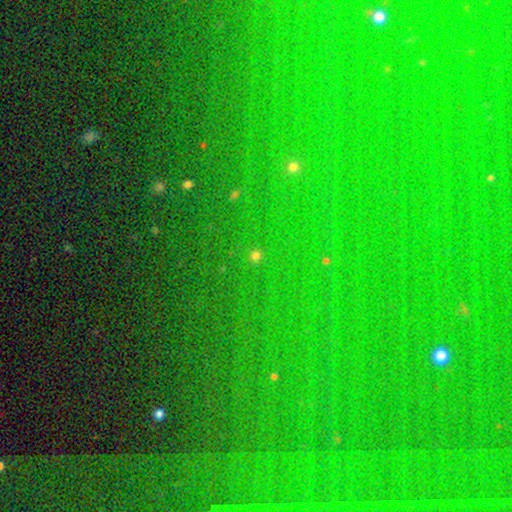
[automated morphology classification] This is possibly a smooth galaxy (55%). How rounded: clearly round (91%). Merging: clearly none (84%).